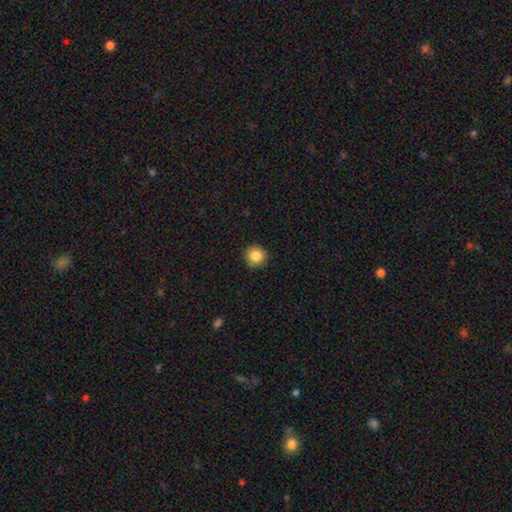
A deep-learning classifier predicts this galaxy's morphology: Smooth or featured: smooth — 86% (star or artifact — 10%)
How rounded: round — 93% (in between — 6%)
Merging: none — 89% (minor disturbance — 8%)